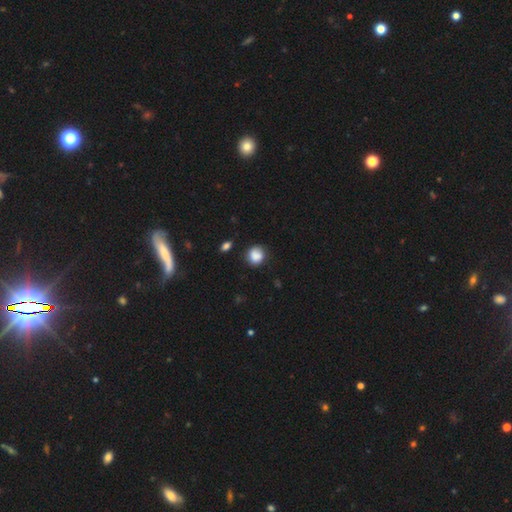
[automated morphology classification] smooth-or-featured: smooth: 83% | star or artifact: 9% | featured or disk: 8%
  how-rounded: round: 78% | in between: 21% | cigar-shaped: 1%
  merging: none: 69% | minor disturbance: 21% | major disturbance: 6% | merger: 4%